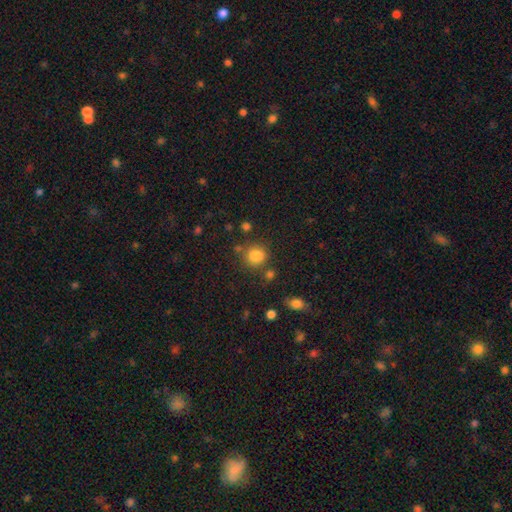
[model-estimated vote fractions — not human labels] Smooth or featured?
  - smooth: 83% *
  - star or artifact: 12%
  - featured or disk: 5%
How rounded?
  - round: 75% *
  - in between: 24%
  - cigar-shaped: 1%
Merging?
  - none: 73% *
  - minor disturbance: 13%
  - merger: 9%
  - major disturbance: 5%